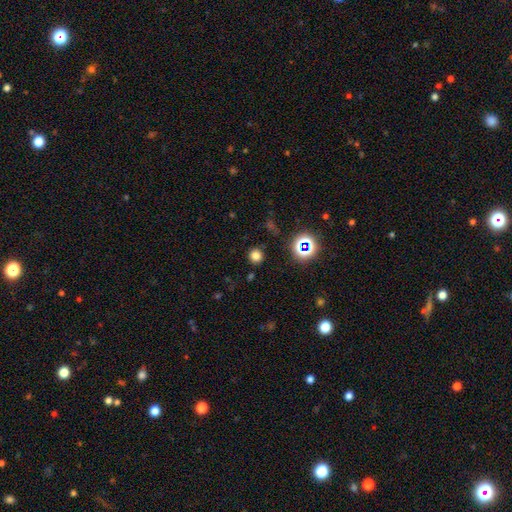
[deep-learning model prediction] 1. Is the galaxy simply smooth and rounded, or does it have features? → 73% smooth, 21% star or artifact, 6% featured or disk.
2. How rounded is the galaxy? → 92% round, 7% in between, 1% cigar-shaped.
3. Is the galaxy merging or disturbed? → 89% none, 6% minor disturbance, 3% major disturbance, 2% merger.